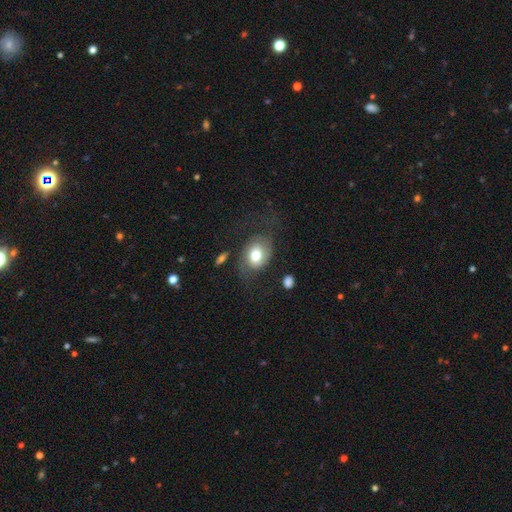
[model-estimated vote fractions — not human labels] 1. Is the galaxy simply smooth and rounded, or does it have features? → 57% smooth, 35% featured or disk, 8% star or artifact.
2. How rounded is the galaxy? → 60% in between, 39% round, 1% cigar-shaped.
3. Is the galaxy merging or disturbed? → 54% none, 23% major disturbance, 21% minor disturbance, 3% merger.